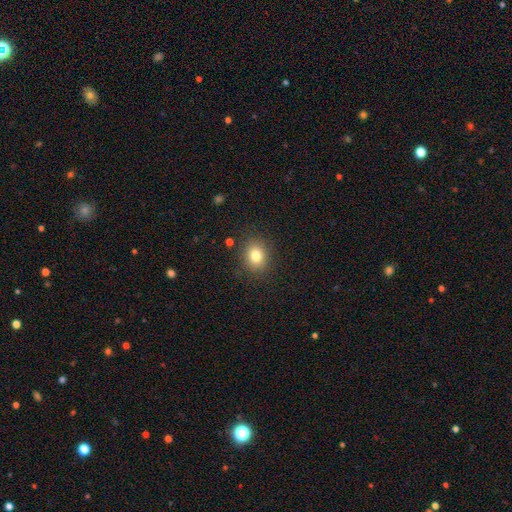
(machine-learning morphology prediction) Smooth or featured?
  - smooth: 80% *
  - star or artifact: 12%
  - featured or disk: 8%
How rounded?
  - round: 64% *
  - in between: 35%
  - cigar-shaped: 1%
Merging?
  - none: 86% *
  - minor disturbance: 9%
  - major disturbance: 3%
  - merger: 2%